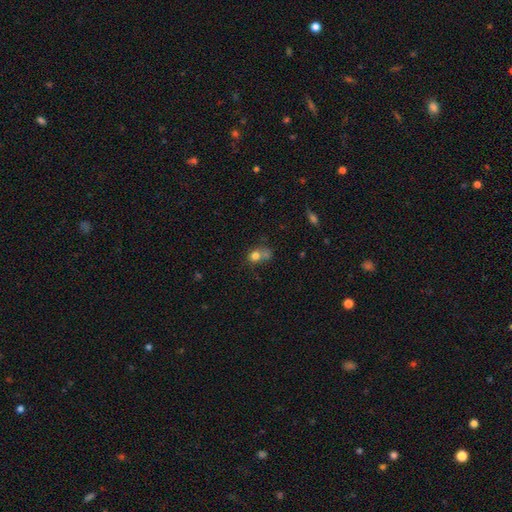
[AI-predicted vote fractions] Smooth or featured? Predicted: smooth (p=0.74). How rounded? Predicted: round (p=0.59). Merging? Predicted: none (p=0.35).